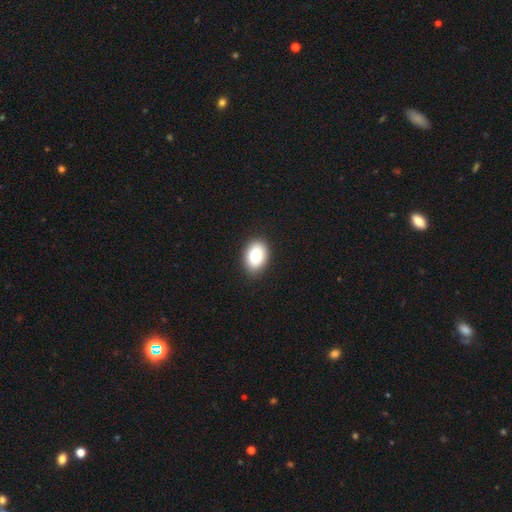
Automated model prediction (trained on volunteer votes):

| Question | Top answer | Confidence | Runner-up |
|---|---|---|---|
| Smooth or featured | smooth | 87% | star or artifact (7%) |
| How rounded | in between | 85% | round (14%) |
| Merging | none | 88% | minor disturbance (9%) |